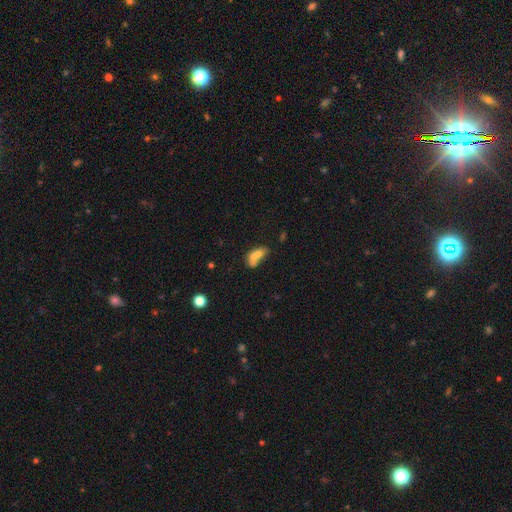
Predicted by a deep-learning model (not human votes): Q: Smooth or featured?
A: smooth (63%); runner-up: featured or disk (25%)
Q: How rounded?
A: in between (70%); runner-up: round (24%)
Q: Merging?
A: merger (66%); runner-up: none (19%)